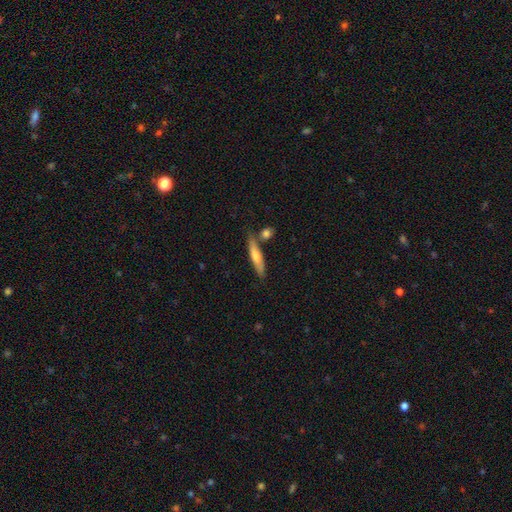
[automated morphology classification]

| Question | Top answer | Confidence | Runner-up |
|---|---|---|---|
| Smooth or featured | featured or disk | 47% | smooth (46%) |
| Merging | none | 78% | minor disturbance (12%) |